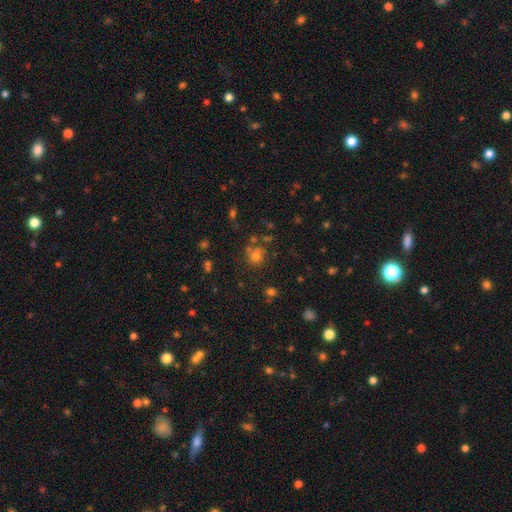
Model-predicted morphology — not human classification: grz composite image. It shows a smooth galaxy with no disk features (72%) that is round (83%). Merging: none (66%).